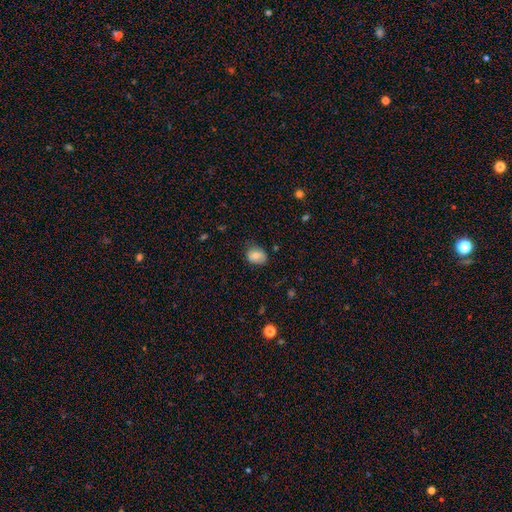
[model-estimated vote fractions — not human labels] This appears to be a smooth galaxy with no disk features (74%) that is in between round and cigar-shaped (60%). Merging: none (70%).